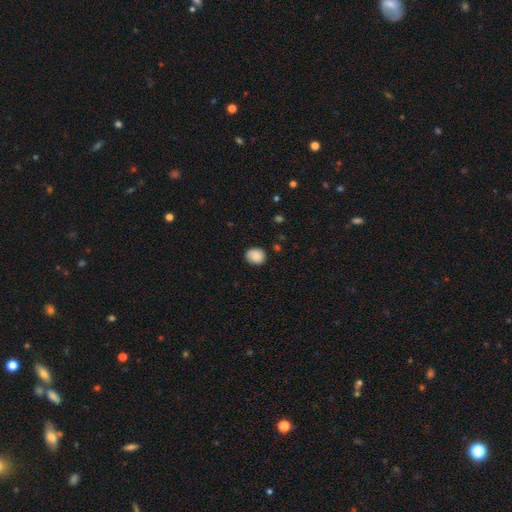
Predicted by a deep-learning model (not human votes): smooth 87%, star or artifact 8%, featured or disk 5%. Down the decision tree: how rounded — round (63%); merging — none (81%).